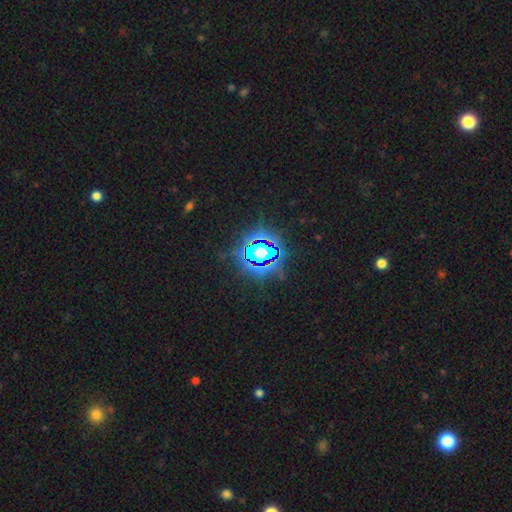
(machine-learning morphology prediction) Smooth or featured? star or artifact (83%)